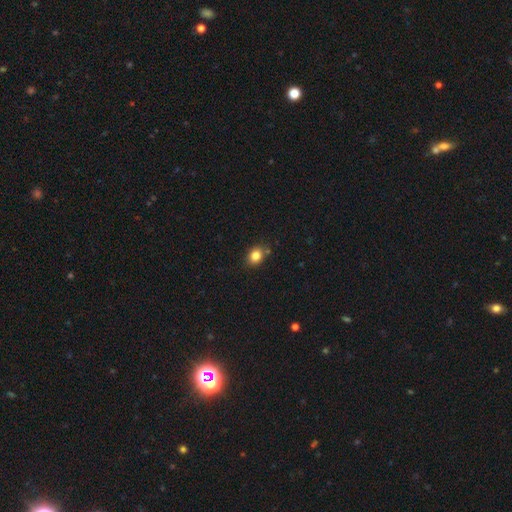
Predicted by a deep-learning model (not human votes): Smooth or featured: smooth — 83% (star or artifact — 10%)
How rounded: in between — 52% (round — 47%)
Merging: none — 79% (minor disturbance — 14%)